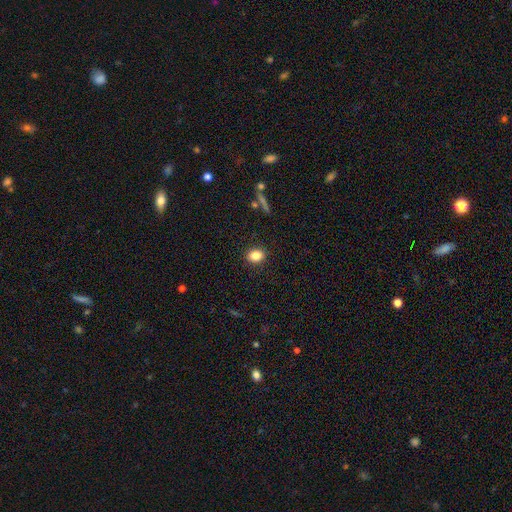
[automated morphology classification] Smooth or featured? smooth (83%)
How rounded? in between (55%)
Merging? none (89%)